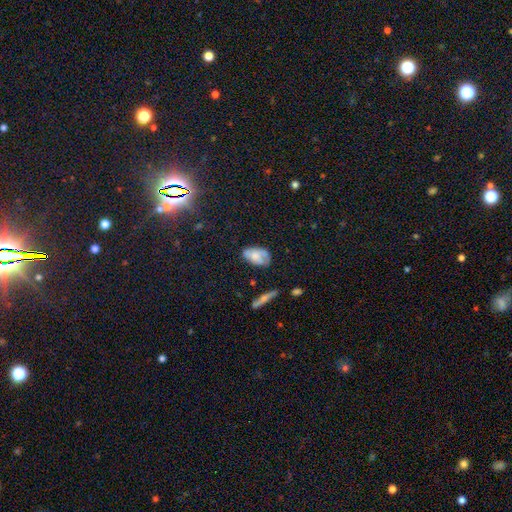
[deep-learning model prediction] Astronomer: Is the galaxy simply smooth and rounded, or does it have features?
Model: smooth — 61%.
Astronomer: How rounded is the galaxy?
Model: in between — 91%.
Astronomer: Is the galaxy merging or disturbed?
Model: none — 52% (runner-up: minor disturbance, 32%).